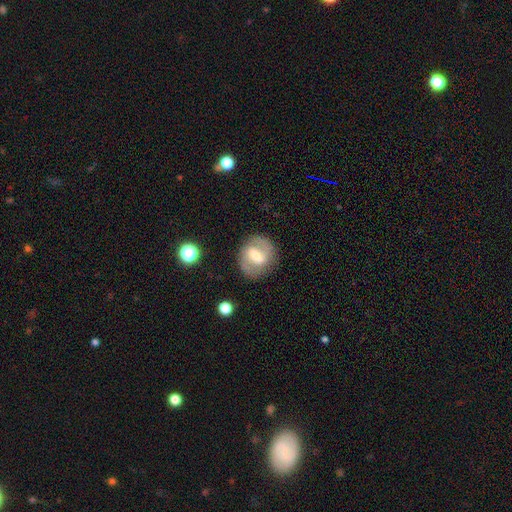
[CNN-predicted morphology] This appears to be a featured or disk galaxy (70%) with a weak bar (50%), 2 (87%) medium (52%) spiral arms (83%) and a moderate central bulge (58%). Merging: none (81%).